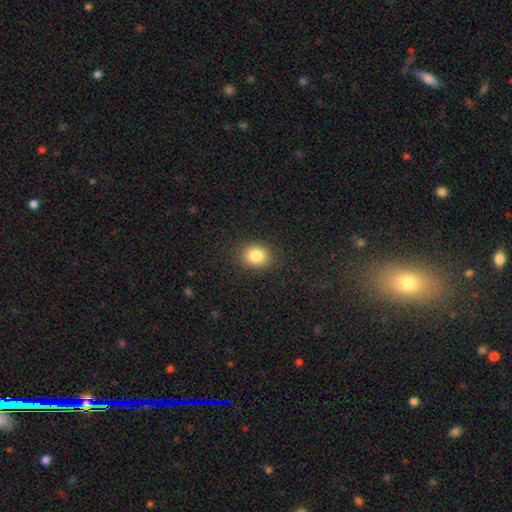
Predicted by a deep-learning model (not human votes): smooth 84%, star or artifact 10%, featured or disk 6%. Down the decision tree: how rounded — round (54%); merging — none (86%).